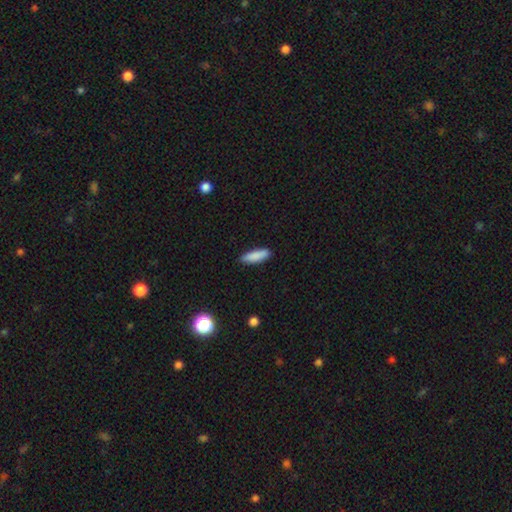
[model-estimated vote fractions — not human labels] Smooth or featured? smooth (87%)
How rounded? cigar-shaped (59%)
Merging? none (88%)